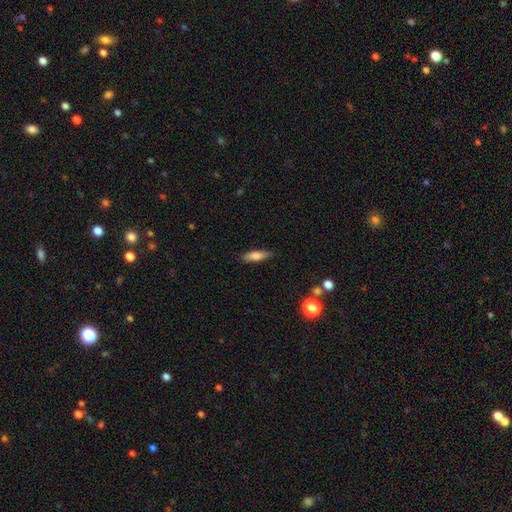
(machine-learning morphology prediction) type=smooth (75%); roundness=cigar-shaped (56%); merging=none (84%).